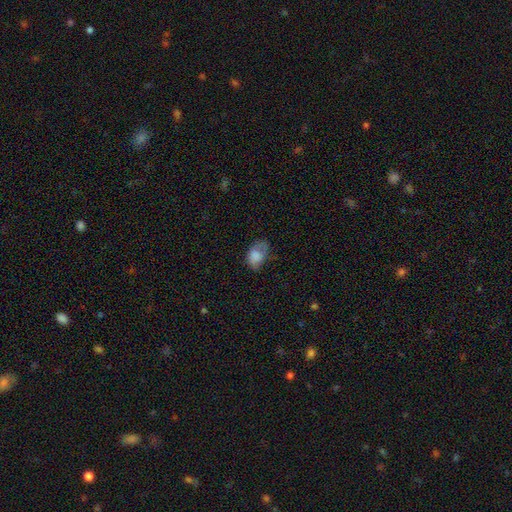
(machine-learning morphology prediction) The model was most divided on "merging": none: 38%, minor disturbance: 36%, major disturbance: 23%, merger: 3%. More confident: how rounded — in between (83%); smooth or featured — smooth (78%).